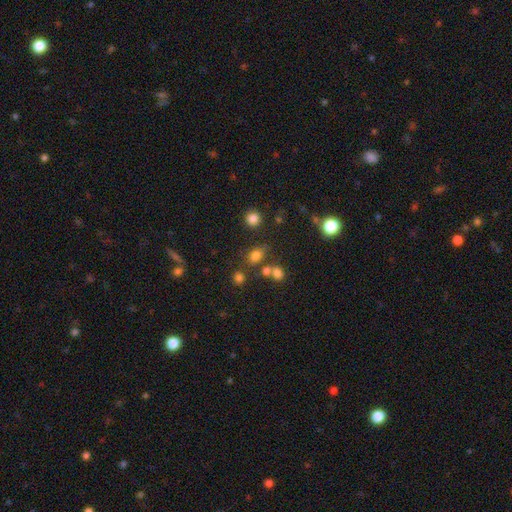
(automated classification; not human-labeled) A smooth galaxy with no disk features (75%) that is in between round and cigar-shaped (56%). Merging: none (63%).